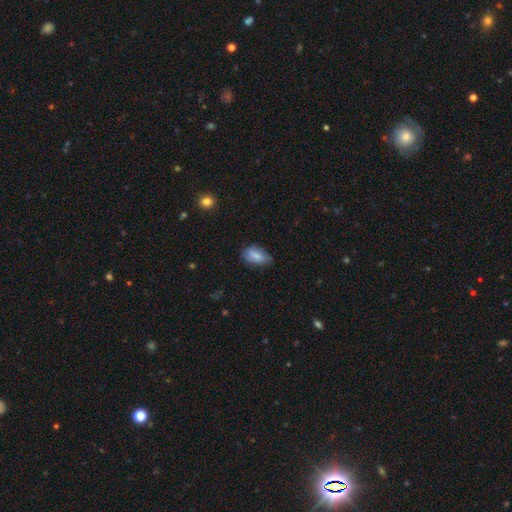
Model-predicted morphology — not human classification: Q: Smooth or featured?
A: smooth (79%); runner-up: featured or disk (14%)
Q: How rounded?
A: in between (89%); runner-up: cigar-shaped (6%)
Q: Merging?
A: none (64%); runner-up: minor disturbance (29%)